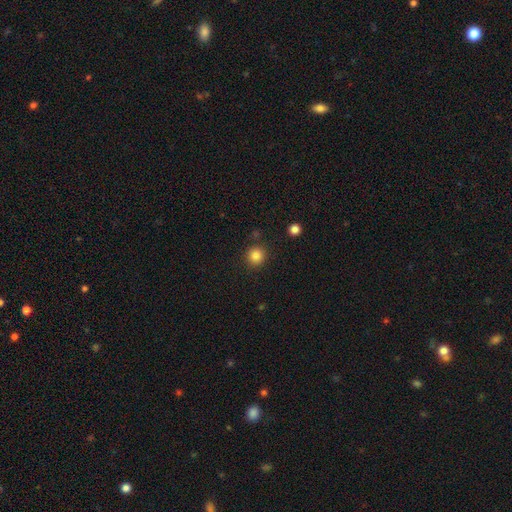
smooth-or-featured: smooth: 90% | star or artifact: 8% | featured or disk: 3%
  how-rounded: round: 91% | in between: 9% | cigar-shaped: 0%
  merging: none: 97% | minor disturbance: 3% | major disturbance: 0% | merger: 0%